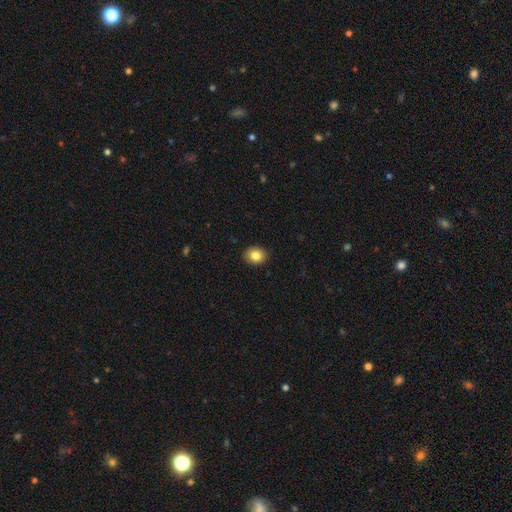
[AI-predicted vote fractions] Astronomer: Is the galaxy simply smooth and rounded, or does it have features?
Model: smooth — 83%.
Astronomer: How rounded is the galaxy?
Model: round — 51% (runner-up: in between, 48%).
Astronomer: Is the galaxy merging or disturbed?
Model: none — 91%.